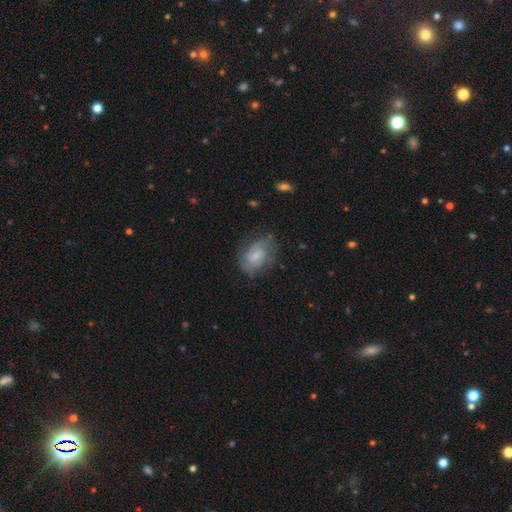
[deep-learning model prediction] Smooth or featured? featured or disk (59%)
Edge-on disk? no (97%)
Bar? weak (52%)
Spiral arms? yes (87%)
Bulge size? small (43%)
Merging? none (66%)